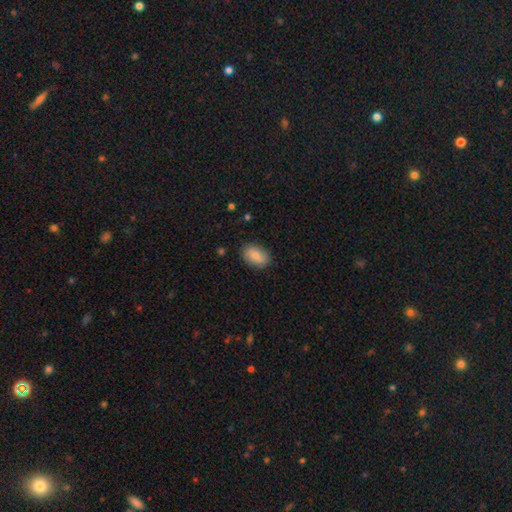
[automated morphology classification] Smooth or featured? smooth (84%)
How rounded? in between (90%)
Merging? none (85%)